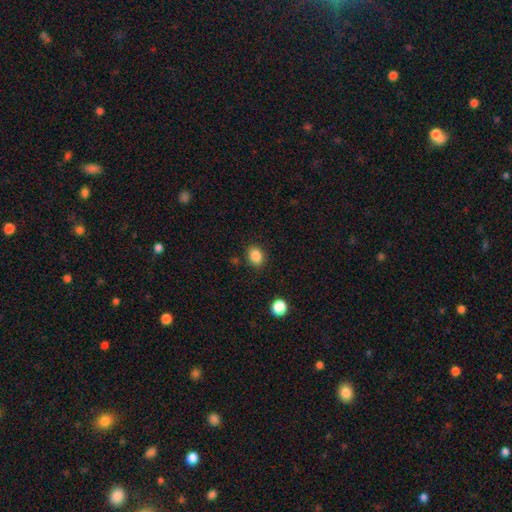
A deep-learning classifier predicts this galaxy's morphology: A smooth galaxy with no disk features (86%) that is round (53%). Merging: none (86%).